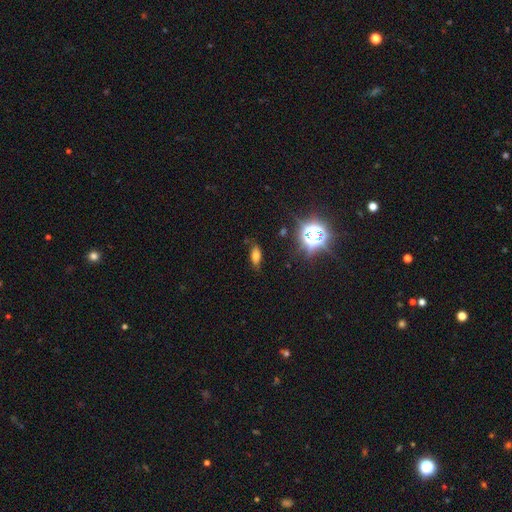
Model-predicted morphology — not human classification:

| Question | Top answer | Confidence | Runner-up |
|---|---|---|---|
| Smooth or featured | smooth | 61% | star or artifact (23%) |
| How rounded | in between | 81% | cigar-shaped (14%) |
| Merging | none | 74% | minor disturbance (19%) |